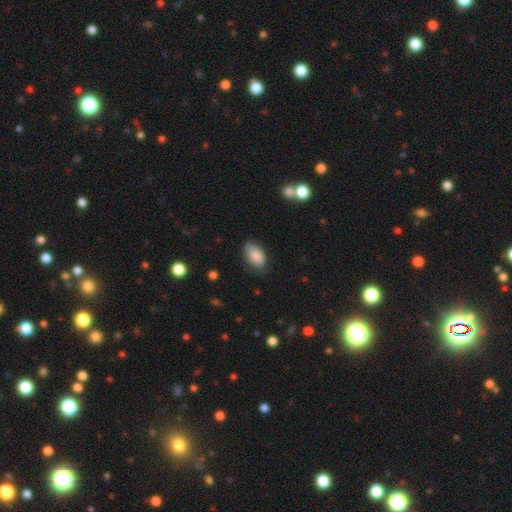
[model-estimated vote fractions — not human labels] smooth_or_featured: smooth (p=0.84) [alt: featured or disk p=0.10]
how_rounded: in between (p=0.94) [alt: round p=0.04]
merging: none (p=0.71) [alt: minor disturbance p=0.23]